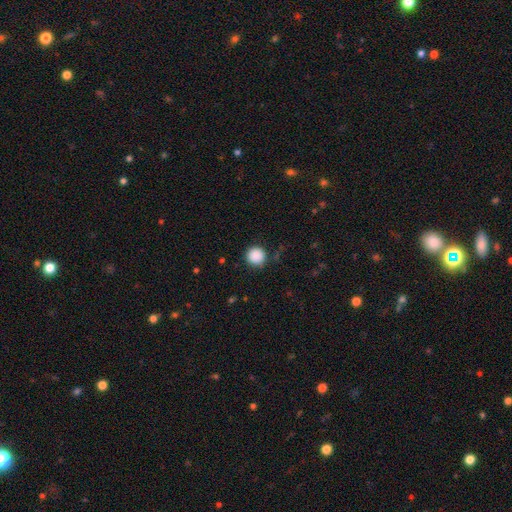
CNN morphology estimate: This is clearly a smooth galaxy (88%). How rounded: clearly round (95%). Merging: clearly none (88%).